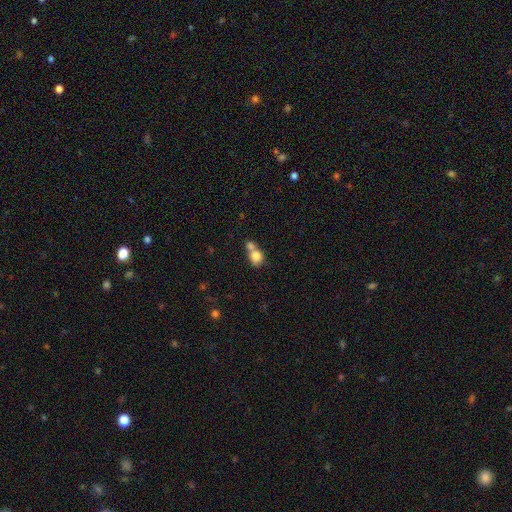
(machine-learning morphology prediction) This appears to be a smooth galaxy with no disk features (78%) that is round (64%). Merging: merger (62%).